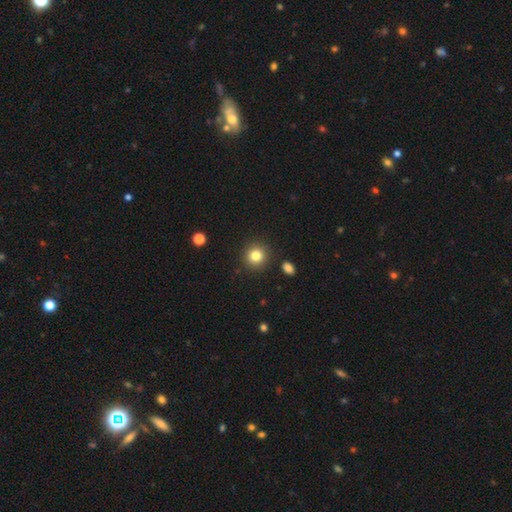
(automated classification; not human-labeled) This appears to be a smooth galaxy with no disk features (83%) that is round (91%). Merging: none (89%).